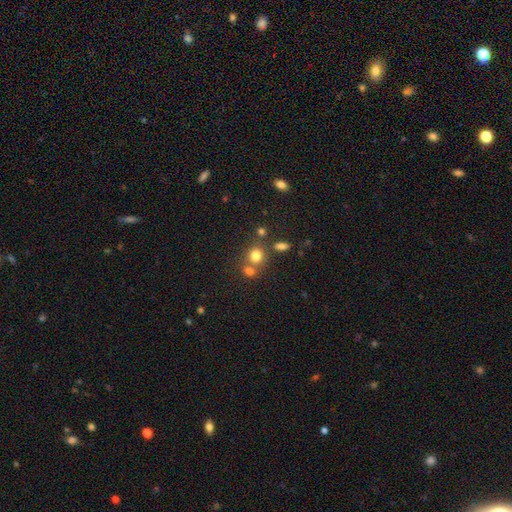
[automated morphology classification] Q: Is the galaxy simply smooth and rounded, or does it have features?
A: smooth — 76%.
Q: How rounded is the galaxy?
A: round — 78%.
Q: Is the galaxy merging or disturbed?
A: none — 55%.